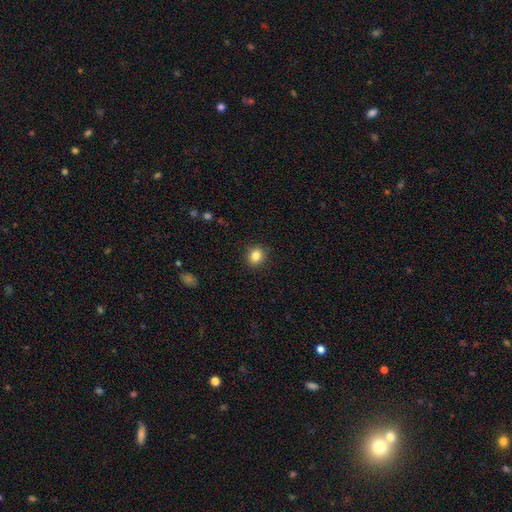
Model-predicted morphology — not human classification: This is clearly a smooth galaxy (84%). How rounded: likely round (79%). Merging: clearly none (91%).